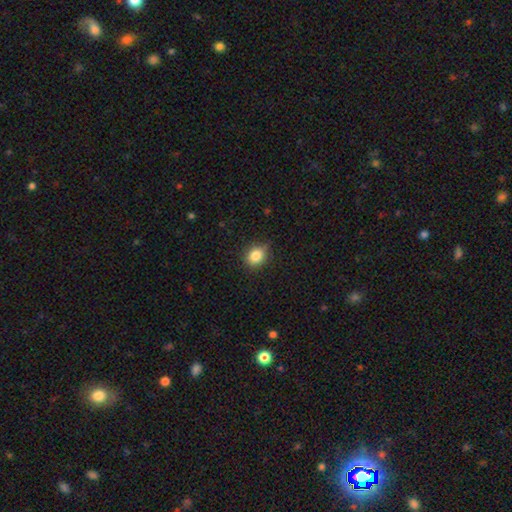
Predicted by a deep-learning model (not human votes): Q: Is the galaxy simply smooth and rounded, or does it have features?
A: smooth — 82%.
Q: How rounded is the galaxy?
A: round — 61%.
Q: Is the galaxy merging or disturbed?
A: none — 76%.